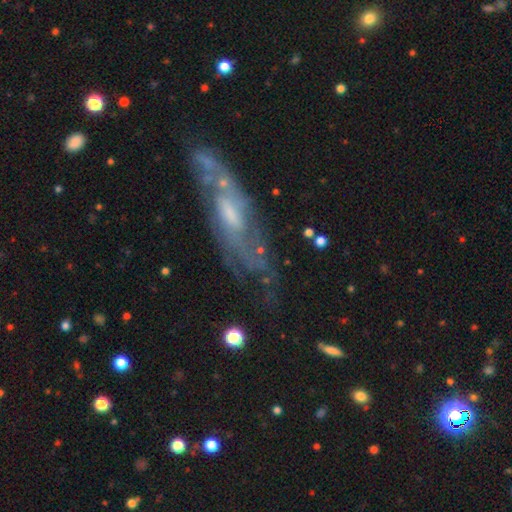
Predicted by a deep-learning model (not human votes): Smooth or featured?
  - featured or disk: 75% *
  - smooth: 16%
  - star or artifact: 9%
Edge-on disk?
  - no: 82% *
  - yes: 18%
Bar?
  - weak: 44% *
  - no: 42%
  - strong: 14%
Spiral arms?
  - yes: 86% *
  - no: 14%
Spiral winding?
  - medium: 43% *
  - tight: 34%
  - loose: 23%
Spiral arm count?
  - 2: 41% *
  - can't tell: 38%
  - 3: 8%
  - 1: 5%
  - 4: 5%
  - more than 4: 4%
Bulge size?
  - moderate: 41% *
  - small: 34%
  - none: 14%
  - large: 9%
  - dominant: 2%
Merging?
  - none: 62% *
  - minor disturbance: 19%
  - major disturbance: 13%
  - merger: 5%